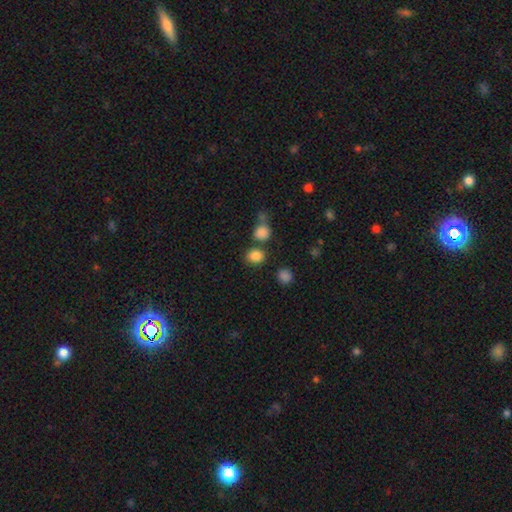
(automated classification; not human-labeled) Overall: smooth (84%). How rounded: round (72%). Merging: none (72%).